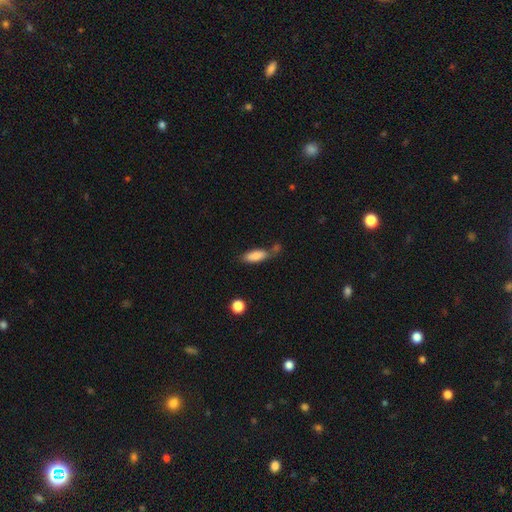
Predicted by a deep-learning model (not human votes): A smooth galaxy with no disk features (83%) that is in between round and cigar-shaped (71%).

Vote fractions:
- Smooth or featured? smooth: 83% / featured or disk: 10% / star or artifact: 7%
- How rounded? in between: 71% / cigar-shaped: 27% / round: 2%
- Merging? none: 52% / merger: 21% / minor disturbance: 20% / major disturbance: 7%